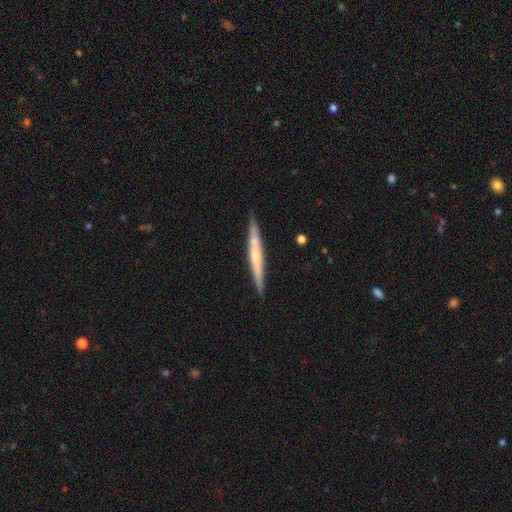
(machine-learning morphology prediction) type=featured or disk (53%); edge-on=yes (95%); edge-on bulge=none (56%); merging=none (83%).